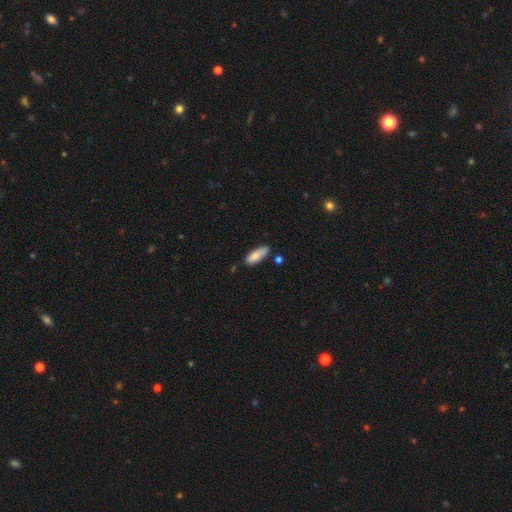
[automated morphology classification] Smooth or featured? smooth (85%)
How rounded? in between (69%)
Merging? none (68%)